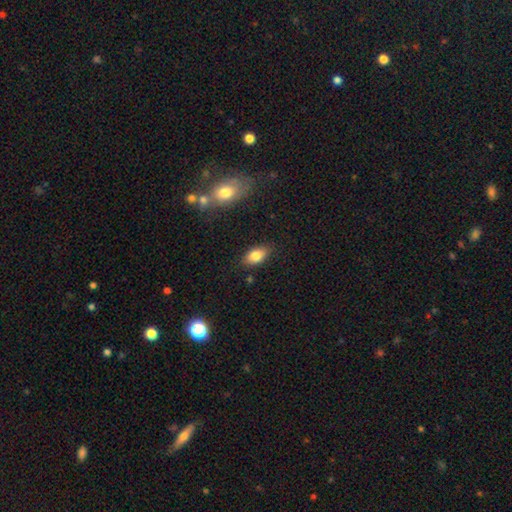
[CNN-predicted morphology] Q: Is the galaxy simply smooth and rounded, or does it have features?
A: smooth — 82%.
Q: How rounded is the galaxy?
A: in between — 90%.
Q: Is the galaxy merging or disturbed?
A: none — 83%.